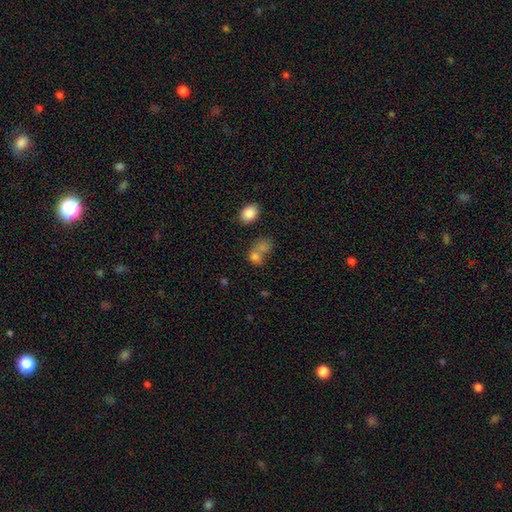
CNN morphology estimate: type=smooth (73%); roundness=in between (52%); merging=merger (52%).